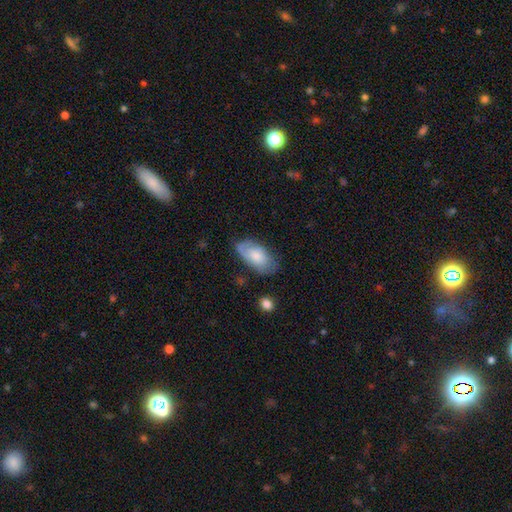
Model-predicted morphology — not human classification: A smooth galaxy with no disk features (60%) that is in between round and cigar-shaped (94%).

Vote fractions:
- Smooth or featured? smooth: 60% / featured or disk: 34% / star or artifact: 7%
- How rounded? in between: 94% / round: 4% / cigar-shaped: 3%
- Merging? none: 64% / minor disturbance: 25% / major disturbance: 9% / merger: 2%